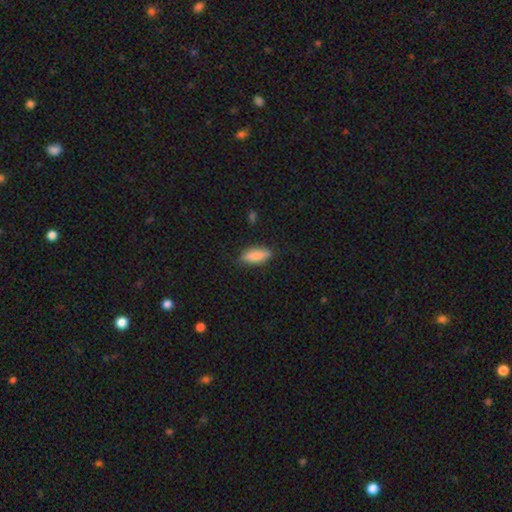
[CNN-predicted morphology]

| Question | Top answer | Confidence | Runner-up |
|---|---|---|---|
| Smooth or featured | smooth | 79% | featured or disk (14%) |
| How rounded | in between | 61% | cigar-shaped (36%) |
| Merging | none | 79% | minor disturbance (16%) |